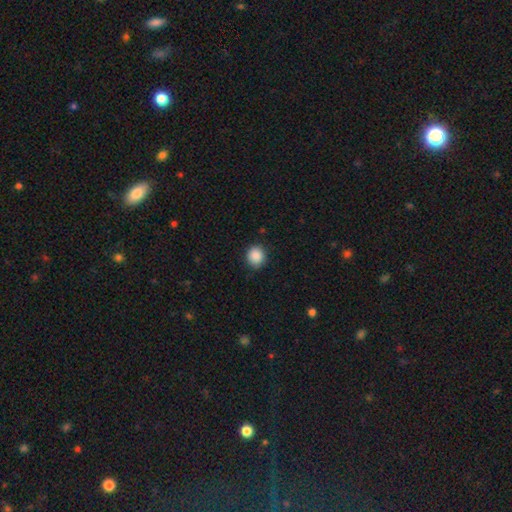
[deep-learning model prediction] This appears to be a smooth galaxy with no disk features (88%) that is round (84%). Merging: none (87%).